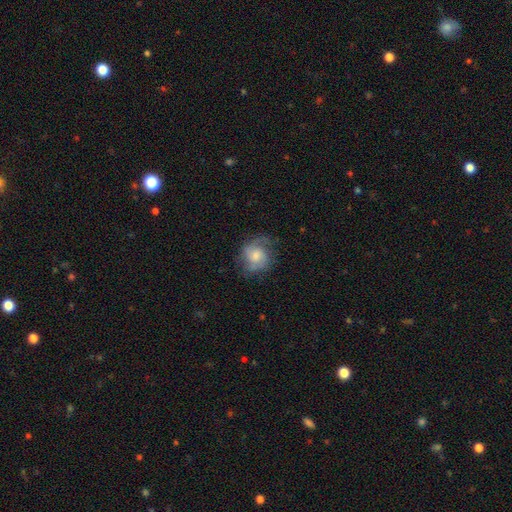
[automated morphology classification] A featured or disk galaxy (55%) with no bar (68%), spiral arms (86%) and a moderate central bulge (47%).

Vote fractions:
- Smooth or featured? featured or disk: 55% / smooth: 38% / star or artifact: 7%
- Edge-on disk? no: 97% / yes: 3%
- Bar? no: 68% / weak: 28% / strong: 4%
- Spiral arms? yes: 86% / no: 14%
- Bulge size? moderate: 47% / small: 30% / large: 13% / none: 7% / dominant: 2%
- Merging? none: 60% / minor disturbance: 23% / major disturbance: 15% / merger: 1%